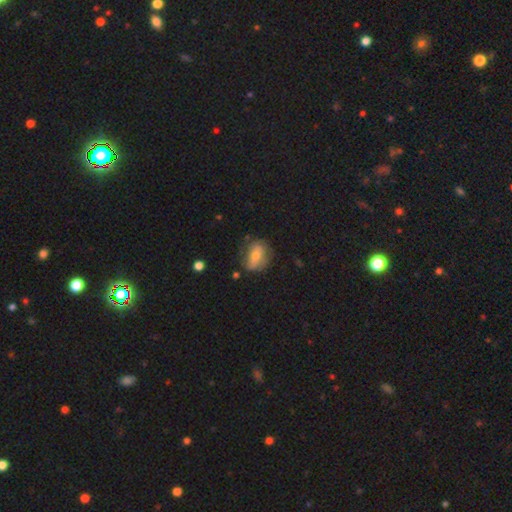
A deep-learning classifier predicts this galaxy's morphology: Smooth or featured? smooth (49%)
Merging? none (64%)